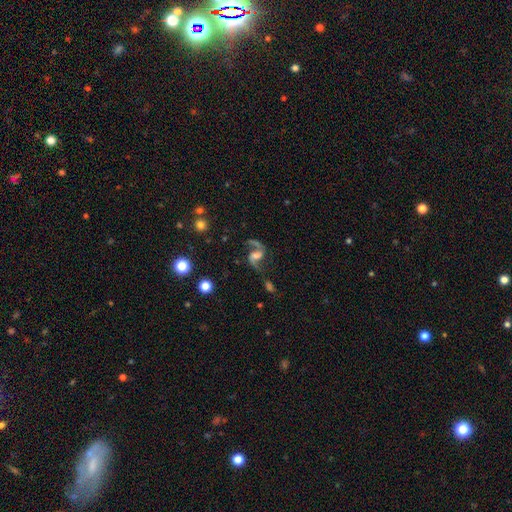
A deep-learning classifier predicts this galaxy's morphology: Smooth or featured? featured or disk (86%)
Edge-on disk? no (97%)
Bar? weak (45%)
Spiral arms? yes (97%)
Spiral winding? loose (71%)
Spiral arm count? 2 (93%)
Bulge size? moderate (37%)
Merging? none (67%)